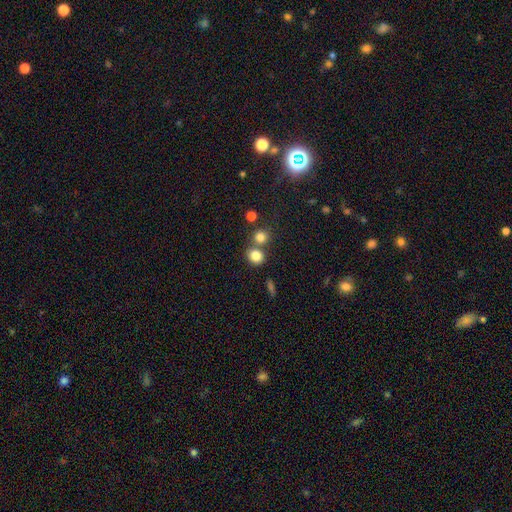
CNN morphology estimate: type=smooth (81%); roundness=round (80%); merging=none (61%).